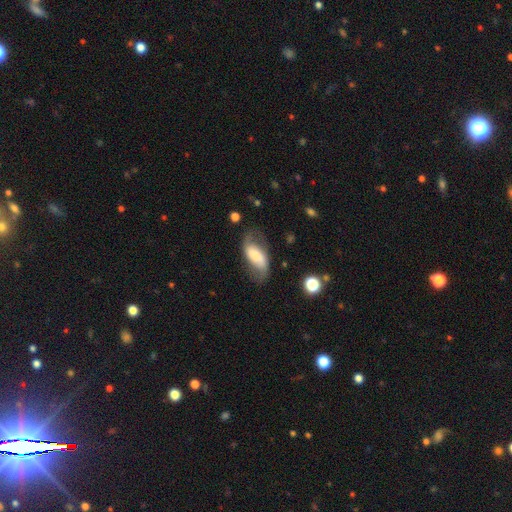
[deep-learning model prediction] Morphology: type=featured or disk (54%); edge-on=no (92%); merging=none (61%).